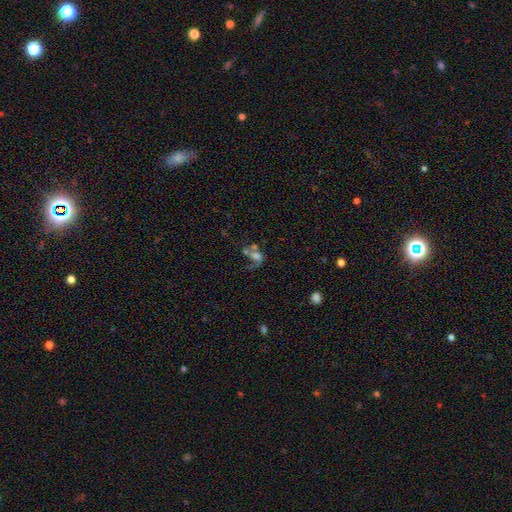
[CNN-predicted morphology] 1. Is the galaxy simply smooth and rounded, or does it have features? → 43% featured or disk, 38% smooth, 19% star or artifact.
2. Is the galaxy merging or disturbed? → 41% merger, 28% major disturbance, 20% none, 10% minor disturbance.